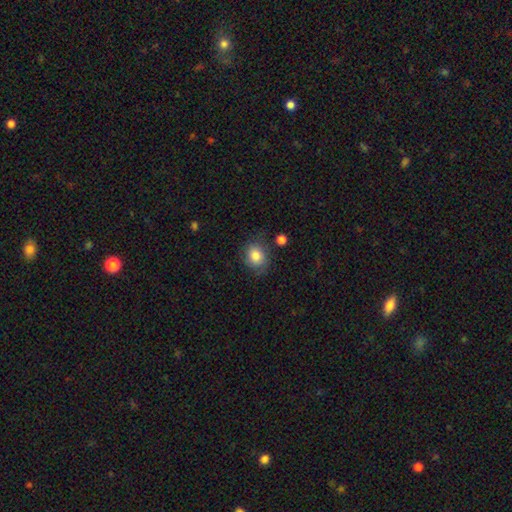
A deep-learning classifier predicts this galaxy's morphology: Smooth or featured?
  - smooth: 82% *
  - featured or disk: 9%
  - star or artifact: 9%
How rounded?
  - round: 68% *
  - in between: 31%
  - cigar-shaped: 1%
Merging?
  - none: 71% *
  - minor disturbance: 19%
  - major disturbance: 6%
  - merger: 3%